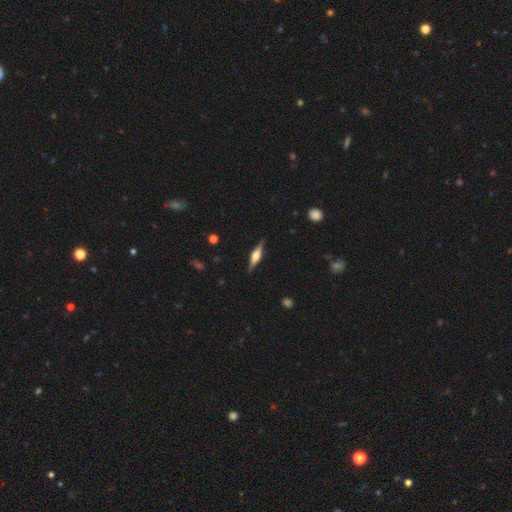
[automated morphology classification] smooth_or_featured: featured or disk (p=0.69) [alt: smooth p=0.25]
disk_edge_on: yes (p=0.97) [alt: no p=0.03]
edge_on_bulge: rounded (p=0.86) [alt: boxy p=0.12]
merging: none (p=0.88) [alt: minor disturbance p=0.09]